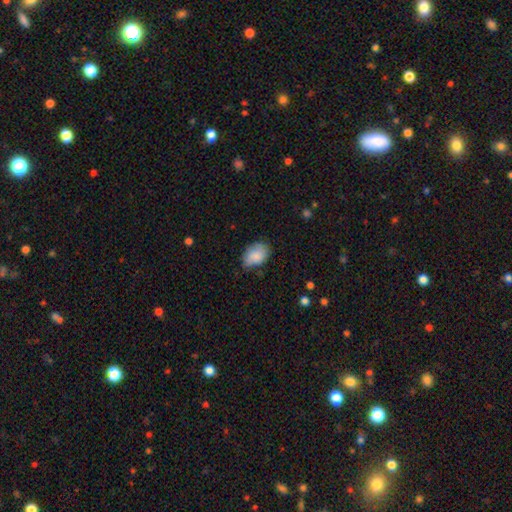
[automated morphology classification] Smooth or featured: smooth — 85% (featured or disk — 8%)
How rounded: in between — 82% (round — 17%)
Merging: none — 67% (minor disturbance — 27%)